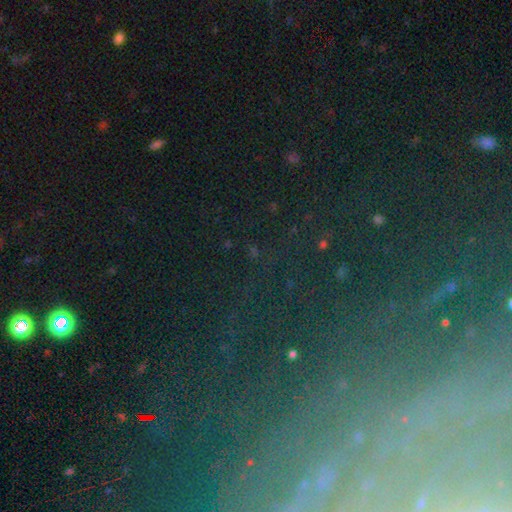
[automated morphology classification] Overall: star or artifact (71%).